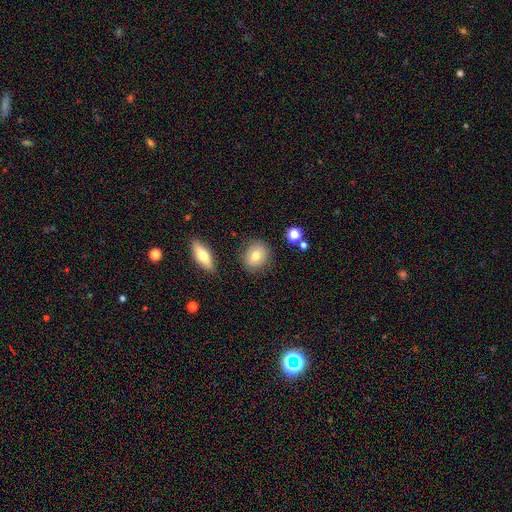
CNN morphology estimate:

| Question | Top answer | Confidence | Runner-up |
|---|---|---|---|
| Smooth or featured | smooth | 72% | featured or disk (19%) |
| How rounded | round | 67% | in between (31%) |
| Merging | none | 82% | minor disturbance (12%) |